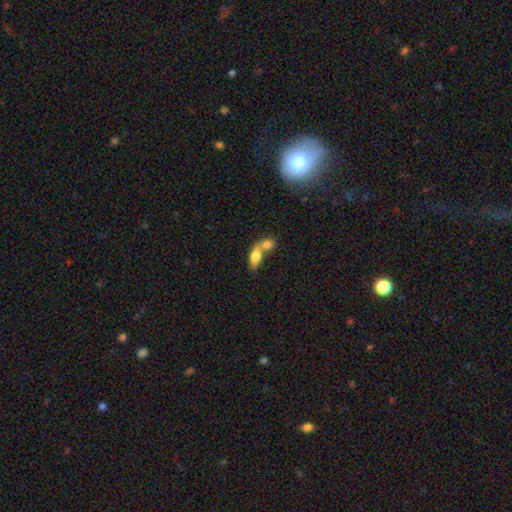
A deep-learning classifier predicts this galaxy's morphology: Smooth or featured? Predicted: smooth (p=0.74). How rounded? Predicted: in between (p=0.79). Merging? Predicted: merger (p=0.73).